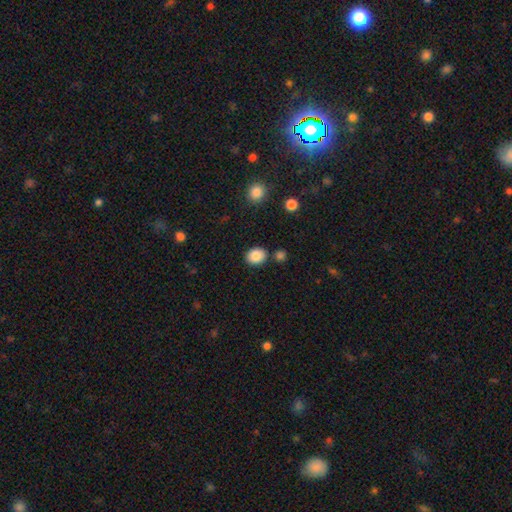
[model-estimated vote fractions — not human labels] This appears to be a smooth galaxy with no disk features (86%) that is round (52%). Merging: none (82%).